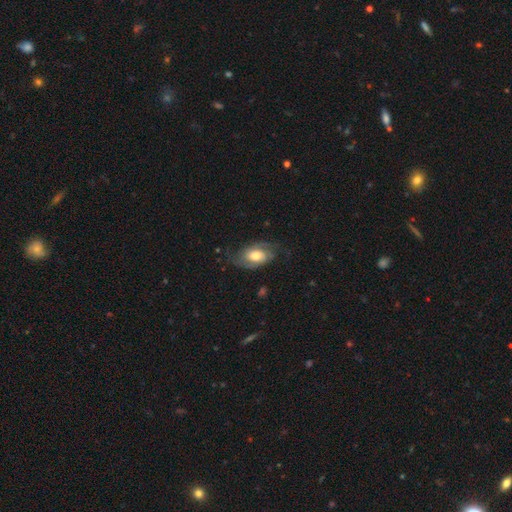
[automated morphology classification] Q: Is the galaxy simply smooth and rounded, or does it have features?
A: featured or disk — 73%.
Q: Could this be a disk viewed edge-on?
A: no — 96%.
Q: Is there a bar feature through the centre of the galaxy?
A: no — 63%.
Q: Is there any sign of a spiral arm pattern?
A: yes — 92%.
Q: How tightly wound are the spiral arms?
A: medium — 46%.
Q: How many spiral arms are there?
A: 2 — 85%.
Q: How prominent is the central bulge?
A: moderate — 54%.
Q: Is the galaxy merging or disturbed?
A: none — 66%.